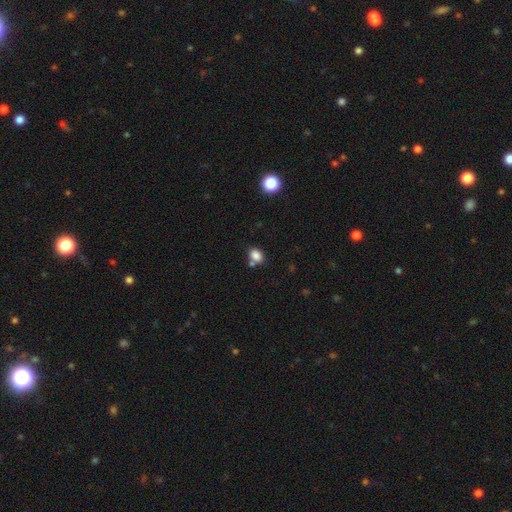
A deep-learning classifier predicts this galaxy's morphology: Smooth or featured?
  - smooth: 84% *
  - star or artifact: 11%
  - featured or disk: 5%
How rounded?
  - in between: 67% *
  - round: 32%
  - cigar-shaped: 1%
Merging?
  - none: 62% *
  - merger: 20%
  - minor disturbance: 14%
  - major disturbance: 4%